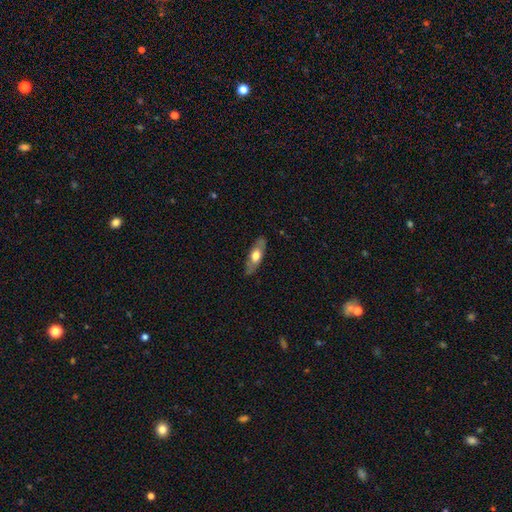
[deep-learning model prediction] The model was most divided on "smooth or featured": smooth: 53%, featured or disk: 42%, star or artifact: 5%. More confident: merging — none (81%); how rounded — in between (62%).